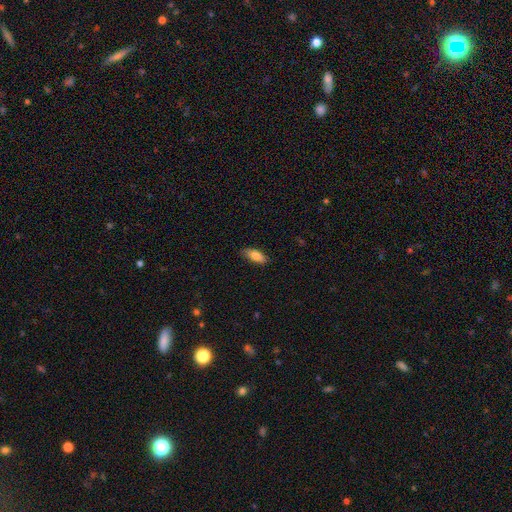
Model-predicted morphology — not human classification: smooth-or-featured: smooth: 81% | featured or disk: 13% | star or artifact: 6%
  how-rounded: in between: 76% | cigar-shaped: 22% | round: 2%
  merging: none: 83% | minor disturbance: 14% | major disturbance: 2% | merger: 1%